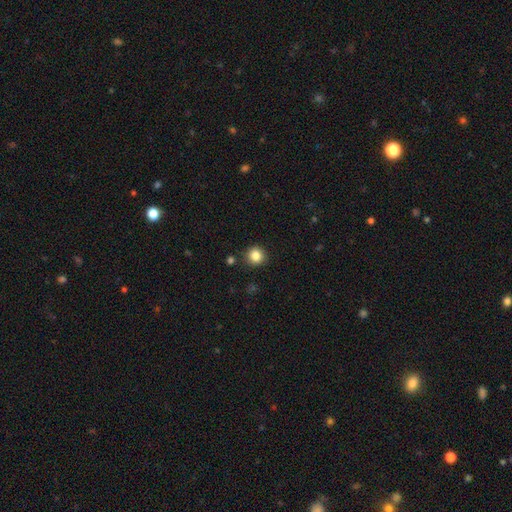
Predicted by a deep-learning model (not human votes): Q: Smooth or featured?
A: smooth (85%); runner-up: star or artifact (11%)
Q: How rounded?
A: round (91%); runner-up: in between (8%)
Q: Merging?
A: none (89%); runner-up: minor disturbance (7%)